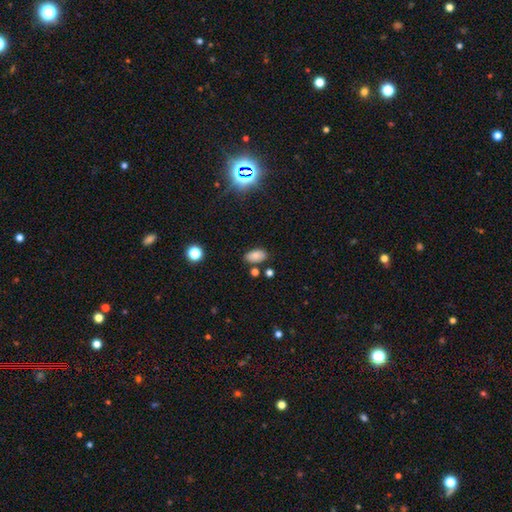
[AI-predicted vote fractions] A smooth galaxy with no disk features (79%) that is in between round and cigar-shaped (92%).

Vote fractions:
- Smooth or featured? smooth: 79% / star or artifact: 12% / featured or disk: 8%
- How rounded? in between: 92% / round: 6% / cigar-shaped: 2%
- Merging? none: 80% / minor disturbance: 12% / merger: 5% / major disturbance: 3%